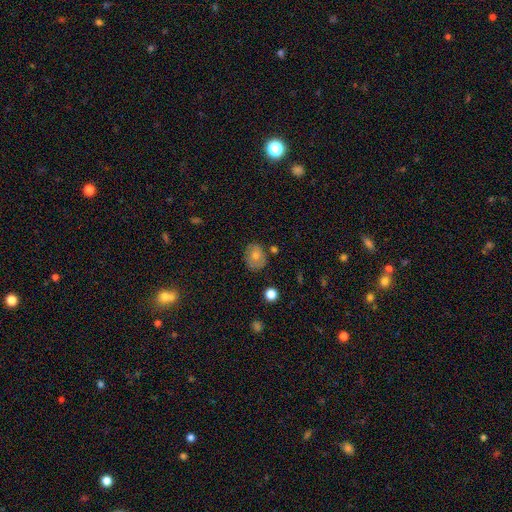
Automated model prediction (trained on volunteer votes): This is likely a smooth galaxy (73%). How rounded: possibly round (53%). Merging: likely none (71%).